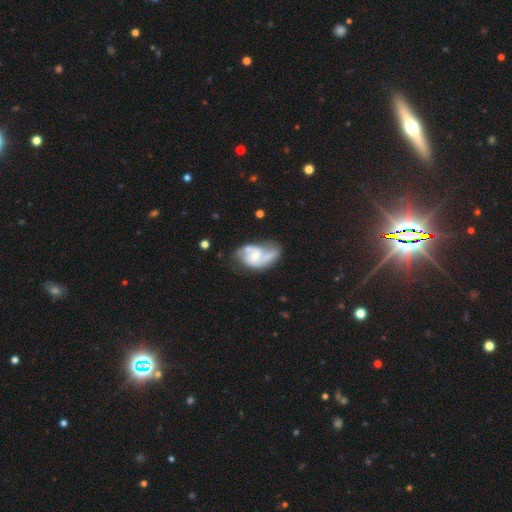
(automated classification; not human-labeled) This appears to be a featured or disk galaxy (75%) with no bar (52%), 2 (75%) medium (44%) spiral arms (88%) and a small central bulge (52%). Merging: none (42%).